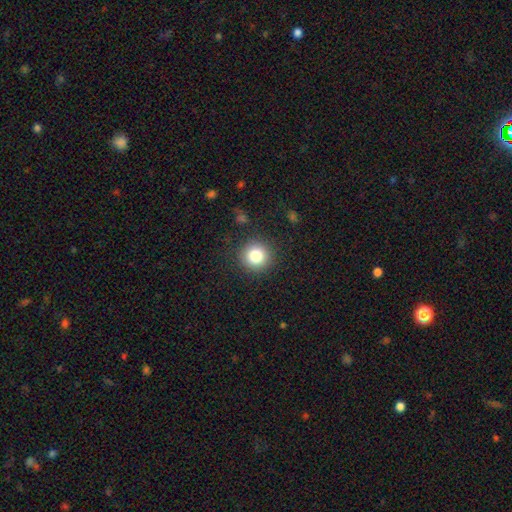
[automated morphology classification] Smooth or featured: smooth — 82% (star or artifact — 11%)
How rounded: round — 94% (in between — 5%)
Merging: none — 89% (minor disturbance — 7%)